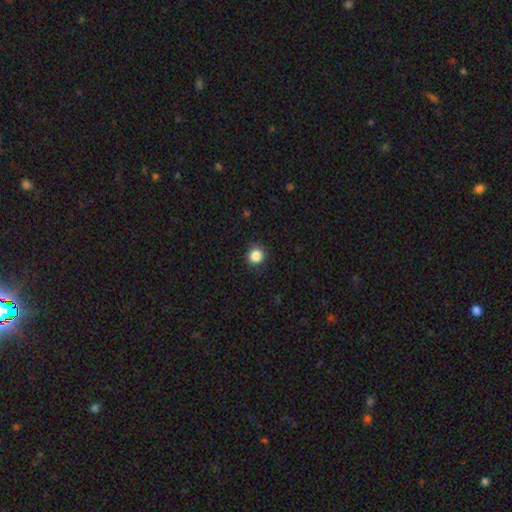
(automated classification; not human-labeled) Smooth or featured? smooth (85%)
How rounded? round (89%)
Merging? none (88%)